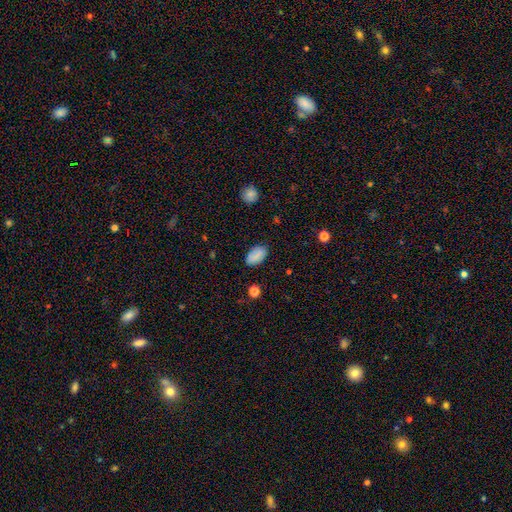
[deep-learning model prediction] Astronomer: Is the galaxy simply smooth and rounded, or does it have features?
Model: smooth — 83%.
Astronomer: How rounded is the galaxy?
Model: in between — 93%.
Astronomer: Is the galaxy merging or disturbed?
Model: none — 83%.